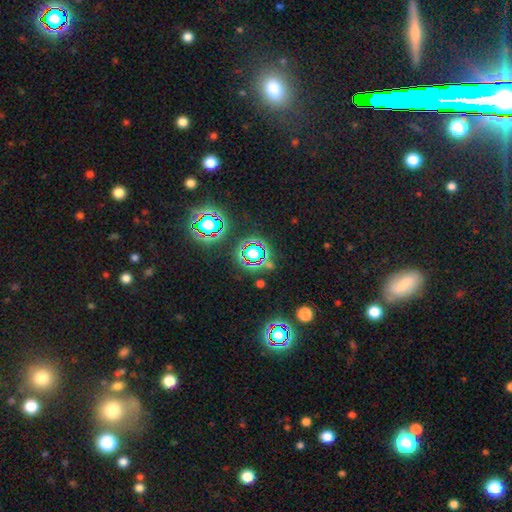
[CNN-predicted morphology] A star or artifact, not a galaxy (78%).